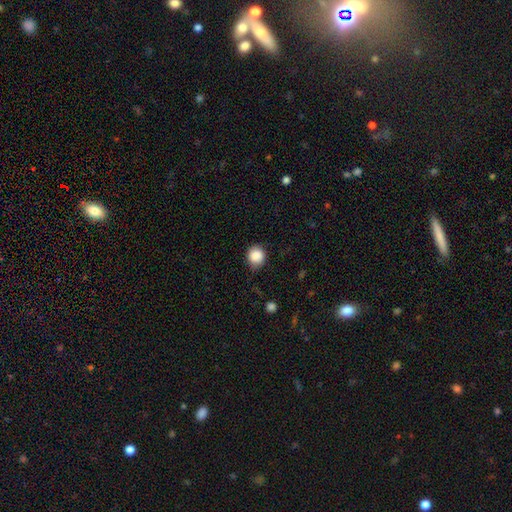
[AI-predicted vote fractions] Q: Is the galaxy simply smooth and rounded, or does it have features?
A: smooth — 87%.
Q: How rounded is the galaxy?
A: round — 81%.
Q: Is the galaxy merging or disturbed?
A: none — 76%.